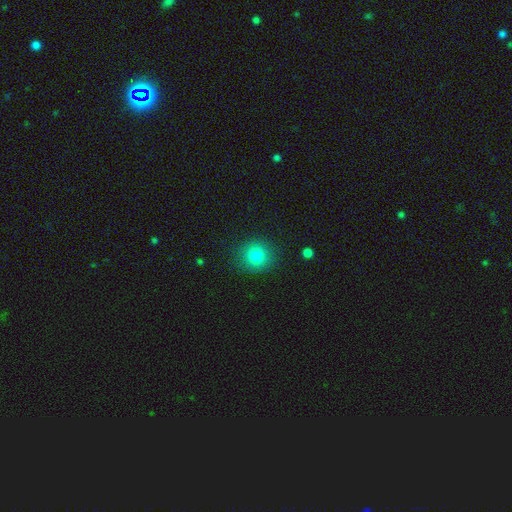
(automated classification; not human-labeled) Q: Smooth or featured?
A: smooth (82%); runner-up: star or artifact (11%)
Q: How rounded?
A: round (87%); runner-up: in between (12%)
Q: Merging?
A: none (87%); runner-up: minor disturbance (9%)